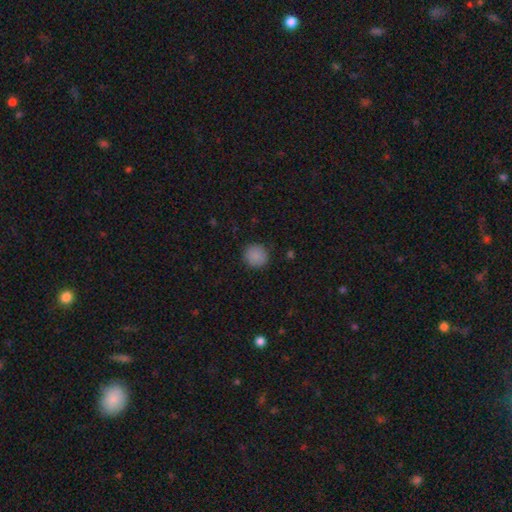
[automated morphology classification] smooth 88%, star or artifact 9%, featured or disk 4%. Down the decision tree: how rounded — round (92%); merging — none (89%).